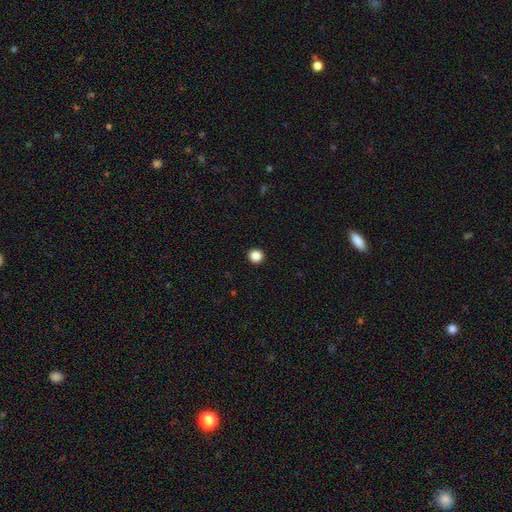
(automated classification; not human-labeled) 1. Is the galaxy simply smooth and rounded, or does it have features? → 87% smooth, 10% star or artifact, 3% featured or disk.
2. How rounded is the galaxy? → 91% round, 8% in between, 1% cigar-shaped.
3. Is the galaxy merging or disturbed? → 93% none, 4% minor disturbance, 1% major disturbance, 1% merger.